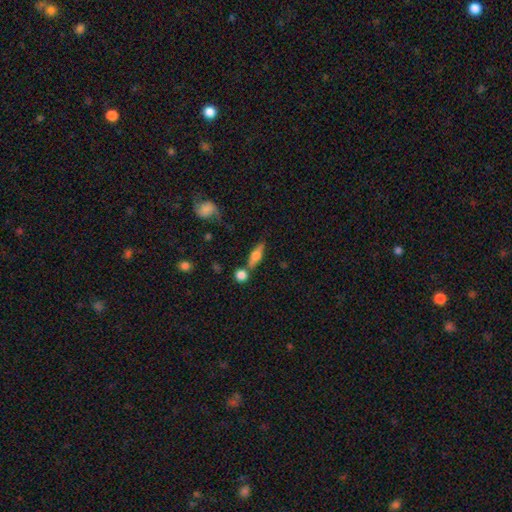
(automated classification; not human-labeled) A smooth galaxy with no disk features (48%).

Vote fractions:
- Smooth or featured? smooth: 48% / featured or disk: 44% / star or artifact: 8%
- Merging? none: 66% / merger: 17% / minor disturbance: 13% / major disturbance: 4%